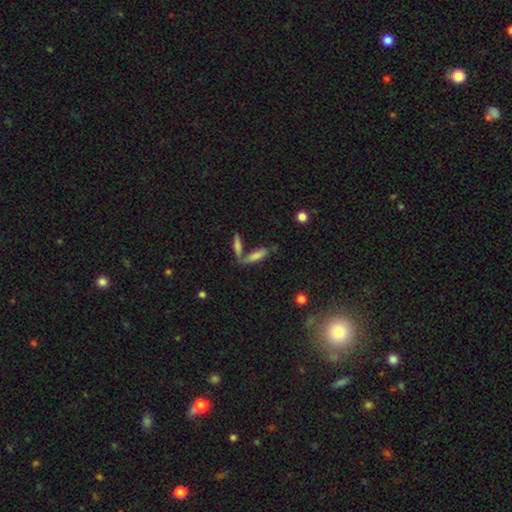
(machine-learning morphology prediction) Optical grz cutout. It shows a smooth galaxy with no disk features (68%) that is cigar-shaped (62%). Merging: none (46%).